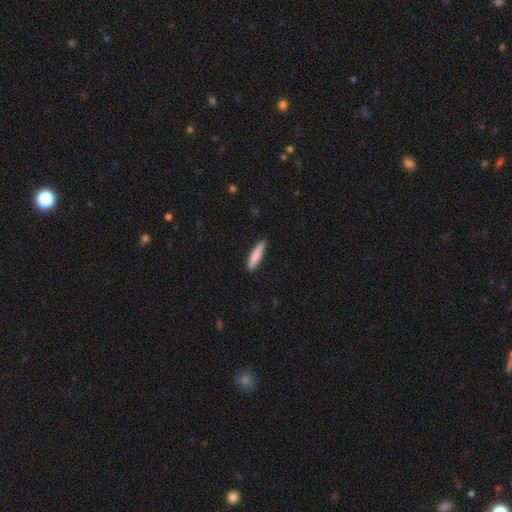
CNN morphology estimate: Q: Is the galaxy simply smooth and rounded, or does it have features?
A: smooth — 81%.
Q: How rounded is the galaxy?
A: cigar-shaped — 88%.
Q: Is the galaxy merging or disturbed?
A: none — 87%.